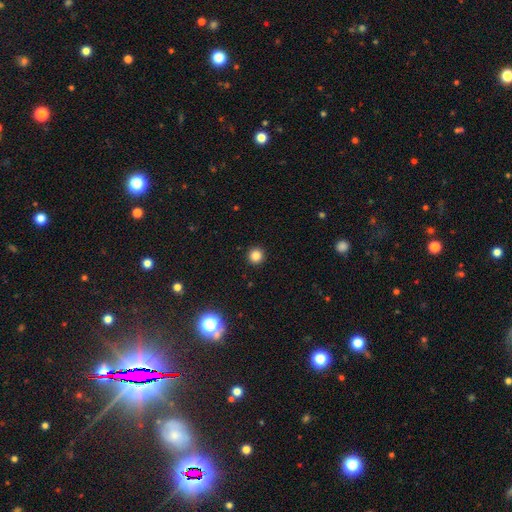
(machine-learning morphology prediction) A smooth galaxy with no disk features (84%) that is round (95%). Merging: none (93%).